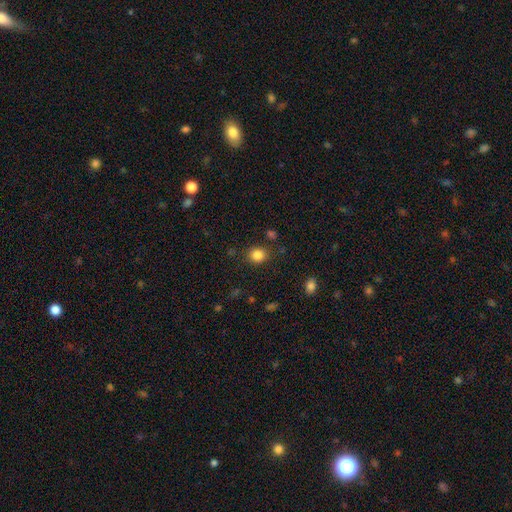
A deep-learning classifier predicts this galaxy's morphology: smooth 84%, star or artifact 11%, featured or disk 4%. Down the decision tree: how rounded — round (68%); merging — none (82%).